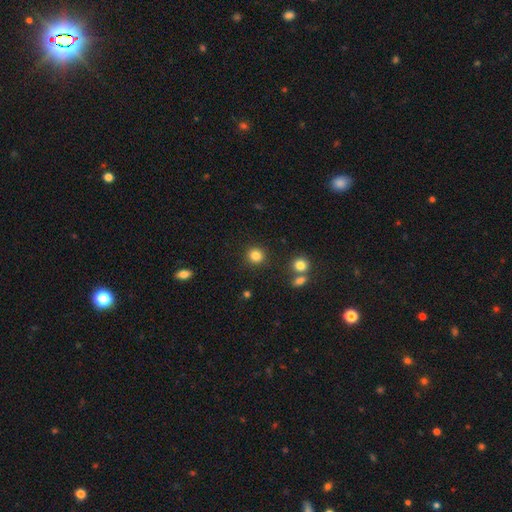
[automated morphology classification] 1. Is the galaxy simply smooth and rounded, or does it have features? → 84% smooth, 12% star or artifact, 5% featured or disk.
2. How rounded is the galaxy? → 91% round, 8% in between, 1% cigar-shaped.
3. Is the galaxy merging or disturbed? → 88% none, 6% minor disturbance, 3% merger, 3% major disturbance.